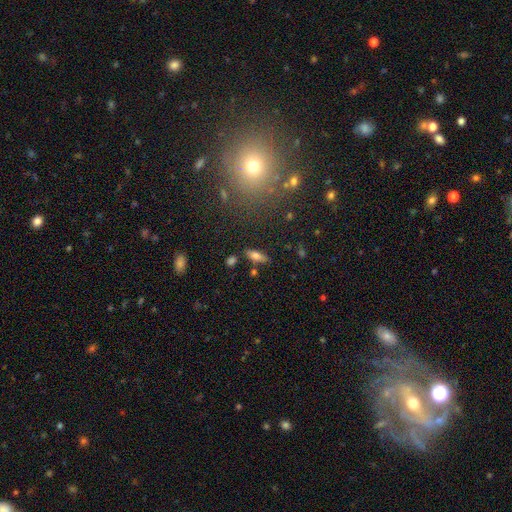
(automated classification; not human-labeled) Overall: smooth (69%). How rounded: in between (69%). Merging: none (81%).